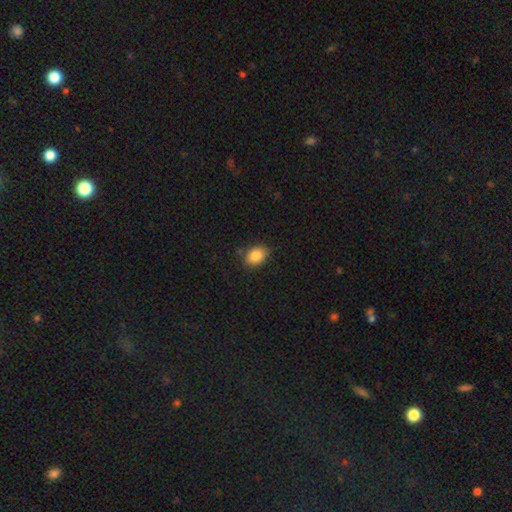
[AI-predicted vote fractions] Smooth or featured?
  - smooth: 84% *
  - star or artifact: 8%
  - featured or disk: 7%
How rounded?
  - in between: 78% *
  - round: 21%
  - cigar-shaped: 1%
Merging?
  - none: 82% *
  - minor disturbance: 13%
  - major disturbance: 2%
  - merger: 2%